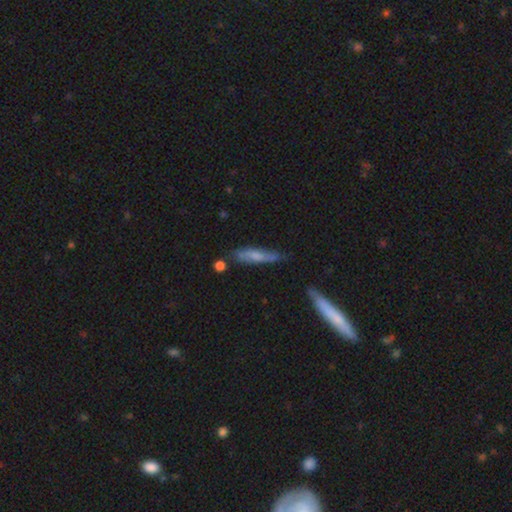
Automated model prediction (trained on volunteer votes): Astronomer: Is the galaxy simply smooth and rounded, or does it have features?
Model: smooth — 56% (runner-up: featured or disk, 36%).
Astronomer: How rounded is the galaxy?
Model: cigar-shaped — 81%.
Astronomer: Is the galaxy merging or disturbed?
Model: none — 64%.